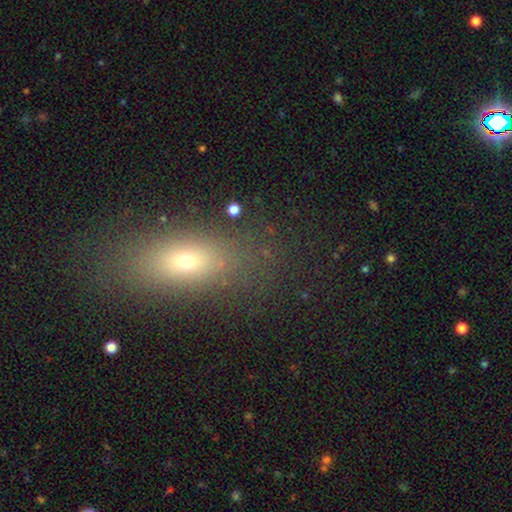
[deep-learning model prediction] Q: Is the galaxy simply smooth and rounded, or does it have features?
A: smooth — 62%.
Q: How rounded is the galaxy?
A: in between — 67%.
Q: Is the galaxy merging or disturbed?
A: none — 83%.